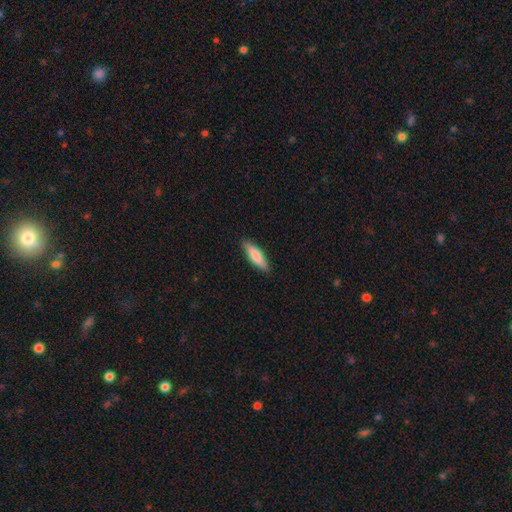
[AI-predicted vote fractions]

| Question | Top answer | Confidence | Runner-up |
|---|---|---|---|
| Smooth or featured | smooth | 80% | featured or disk (15%) |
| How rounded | cigar-shaped | 59% | in between (39%) |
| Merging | none | 87% | minor disturbance (10%) |